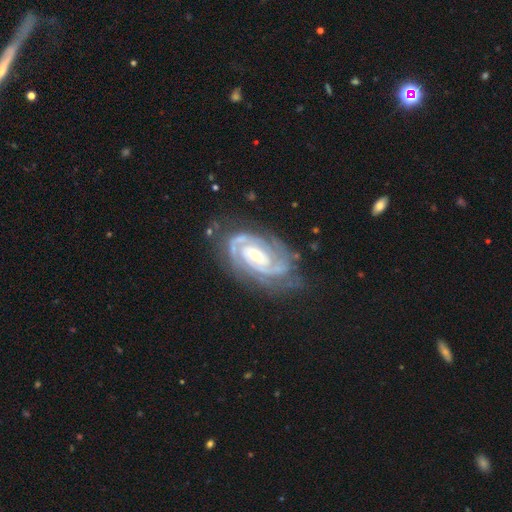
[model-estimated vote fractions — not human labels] The model was most divided on "bar": no: 47%, weak: 34%, strong: 18%. More confident: spiral arms — yes (98%); edge-on disk — no (97%); smooth or featured — featured or disk (91%); spiral winding — tight (72%); merging — none (69%); bulge size — small (59%); spiral arm count — 2 (58%).